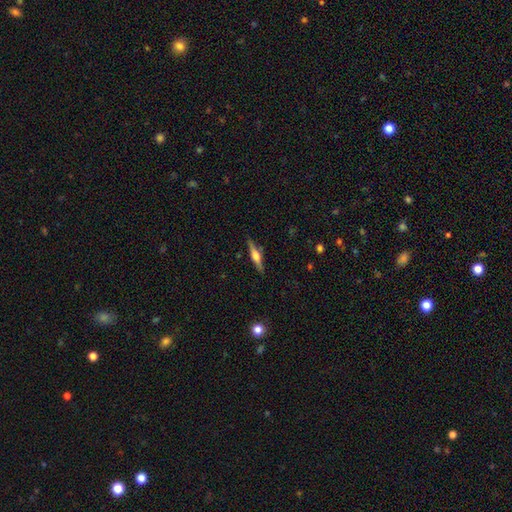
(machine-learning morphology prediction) type=featured or disk (67%); edge-on=yes (97%); edge-on bulge=rounded (85%); merging=none (88%).